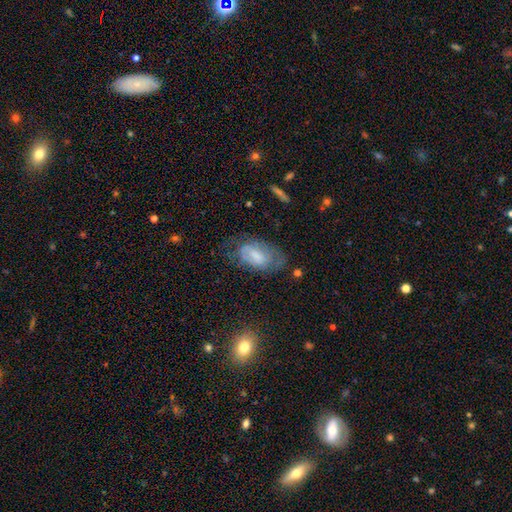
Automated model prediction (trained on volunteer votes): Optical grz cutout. It shows a smooth galaxy with no disk features (49%). Merging: none (50%).